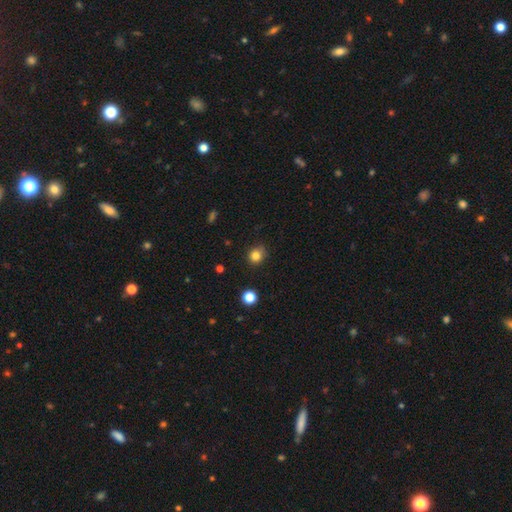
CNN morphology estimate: A smooth galaxy with no disk features (82%) that is round (80%).

Vote fractions:
- Smooth or featured? smooth: 82% / star or artifact: 13% / featured or disk: 5%
- How rounded? round: 80% / in between: 19% / cigar-shaped: 1%
- Merging? none: 75% / minor disturbance: 19% / major disturbance: 4% / merger: 2%